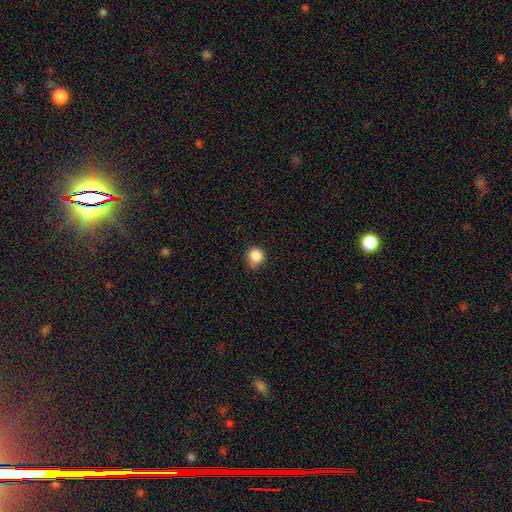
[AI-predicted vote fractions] smooth 86%, star or artifact 10%, featured or disk 3%. Down the decision tree: how rounded — round (90%); merging — none (68%).